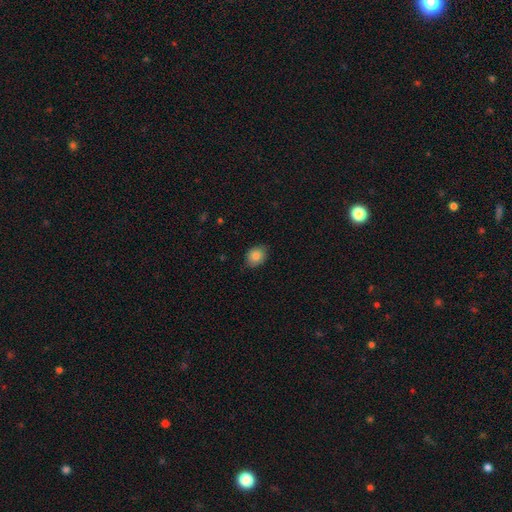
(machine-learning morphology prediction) The model was most divided on "how rounded": in between: 58%, round: 41%, cigar-shaped: 1%. More confident: smooth or featured — smooth (83%); merging — none (80%).